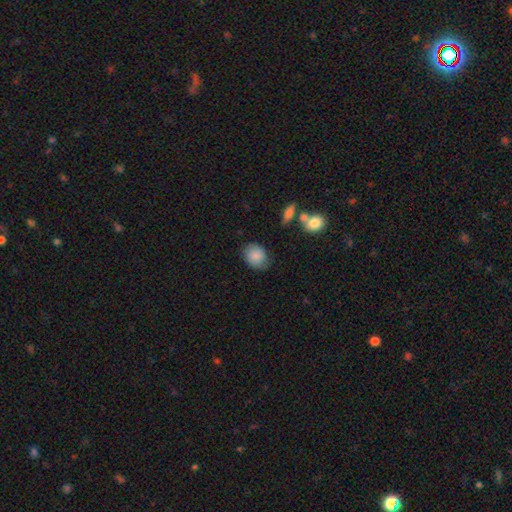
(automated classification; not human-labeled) Smooth or featured? smooth (83%)
How rounded? in between (52%)
Merging? none (75%)